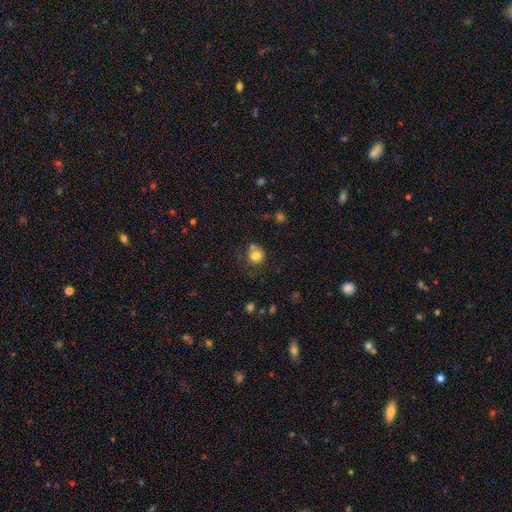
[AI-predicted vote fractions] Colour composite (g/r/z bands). It shows a smooth galaxy with no disk features (80%) that is round (85%). Merging: none (61%).